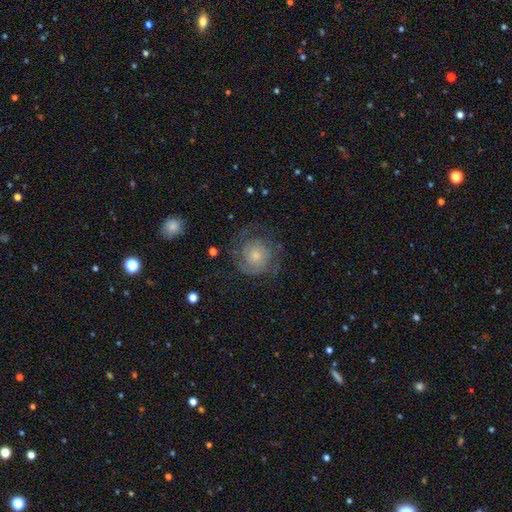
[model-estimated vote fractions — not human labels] This appears to be a featured or disk galaxy (66%) with no bar (79%), 2 (45%) tight (57%) spiral arms (88%) and a small central bulge (55%). Merging: none (65%).